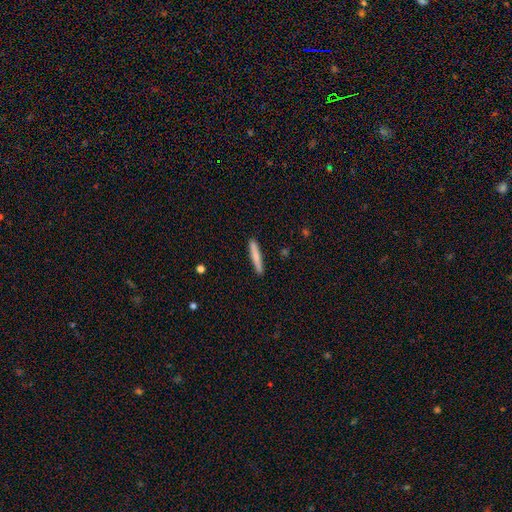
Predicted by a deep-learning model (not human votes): Smooth or featured: smooth — 76% (featured or disk — 19%)
How rounded: cigar-shaped — 95% (in between — 4%)
Merging: none — 90% (minor disturbance — 7%)